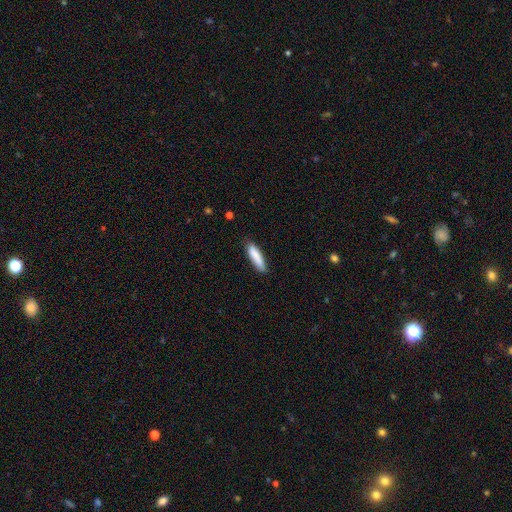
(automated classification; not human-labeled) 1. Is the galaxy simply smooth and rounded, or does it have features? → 86% smooth, 8% featured or disk, 6% star or artifact.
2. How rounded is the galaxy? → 73% cigar-shaped, 26% in between, 1% round.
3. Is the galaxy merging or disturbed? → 81% none, 15% minor disturbance, 2% major disturbance, 1% merger.